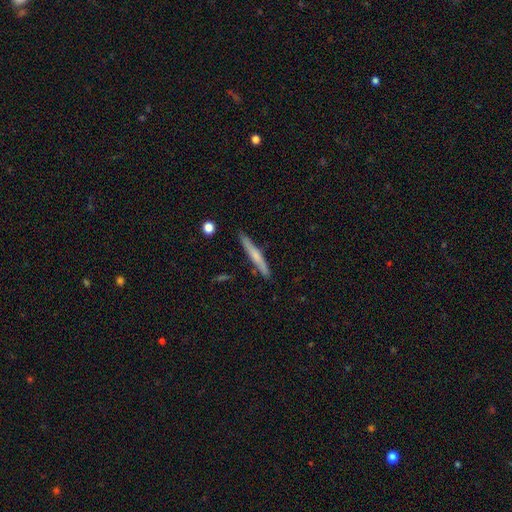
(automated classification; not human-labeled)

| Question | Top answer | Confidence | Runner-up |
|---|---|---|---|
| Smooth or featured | smooth | 49% | featured or disk (44%) |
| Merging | none | 86% | minor disturbance (10%) |